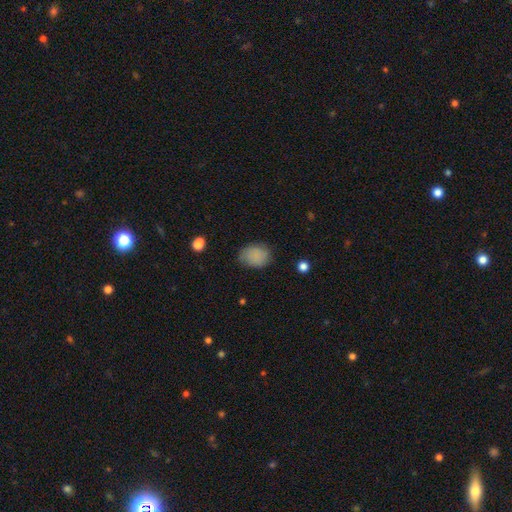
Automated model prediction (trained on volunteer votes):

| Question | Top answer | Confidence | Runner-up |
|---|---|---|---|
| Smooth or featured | smooth | 86% | star or artifact (8%) |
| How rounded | in between | 58% | round (41%) |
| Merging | none | 74% | minor disturbance (20%) |